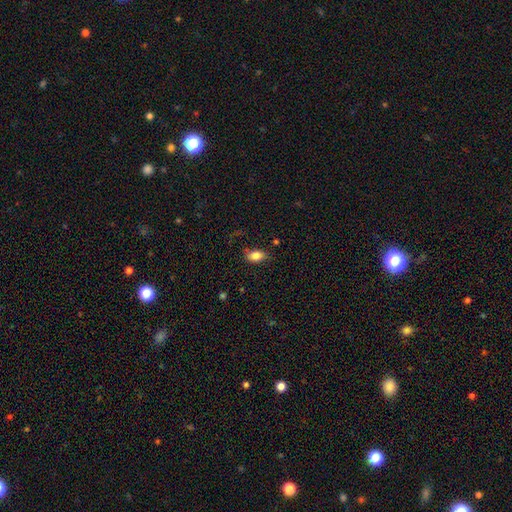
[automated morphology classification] Q: Smooth or featured?
A: smooth (83%); runner-up: star or artifact (8%)
Q: How rounded?
A: in between (88%); runner-up: round (9%)
Q: Merging?
A: none (78%); runner-up: minor disturbance (16%)